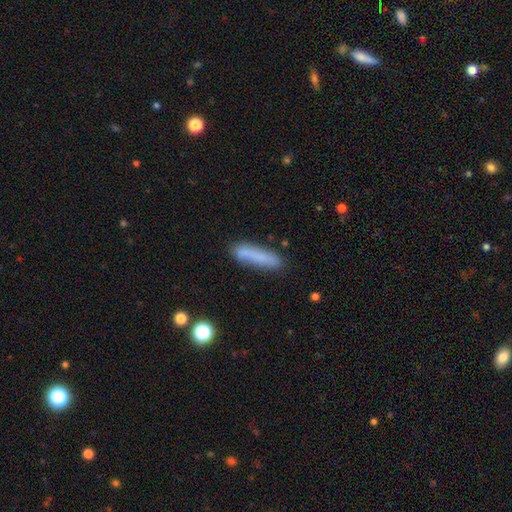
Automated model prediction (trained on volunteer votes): Smooth or featured? Predicted: smooth (p=0.77). How rounded? Predicted: cigar-shaped (p=0.84). Merging? Predicted: none (p=0.81).